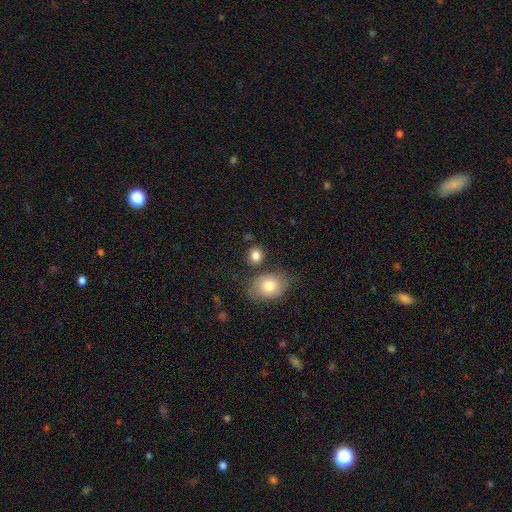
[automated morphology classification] A smooth galaxy with no disk features (84%) that is round (70%).

Vote fractions:
- Smooth or featured? smooth: 84% / star or artifact: 9% / featured or disk: 7%
- How rounded? round: 70% / in between: 28% / cigar-shaped: 1%
- Merging? none: 74% / minor disturbance: 11% / merger: 11% / major disturbance: 4%